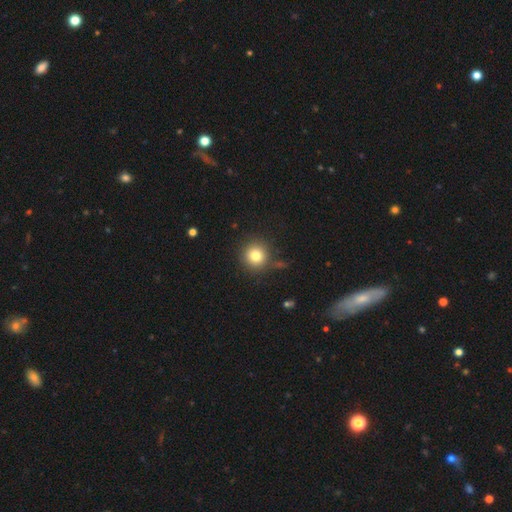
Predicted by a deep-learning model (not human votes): smooth-or-featured: smooth: 80% | star or artifact: 12% | featured or disk: 8%
  how-rounded: round: 94% | in between: 5% | cigar-shaped: 1%
  merging: none: 84% | minor disturbance: 9% | merger: 4% | major disturbance: 3%